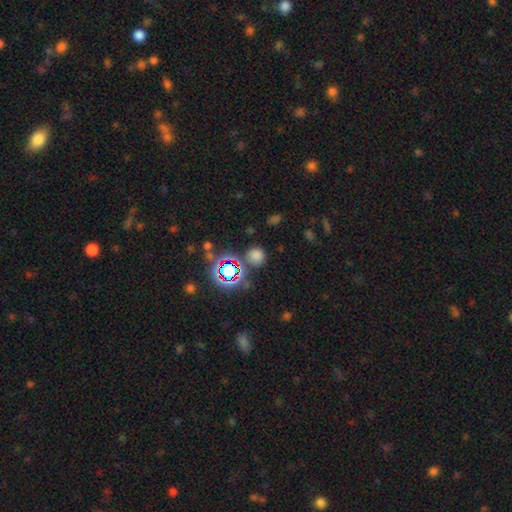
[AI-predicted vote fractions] The model was most divided on "smooth or featured": smooth: 66%, star or artifact: 28%, featured or disk: 6%. More confident: how rounded — round (90%); merging — none (79%).